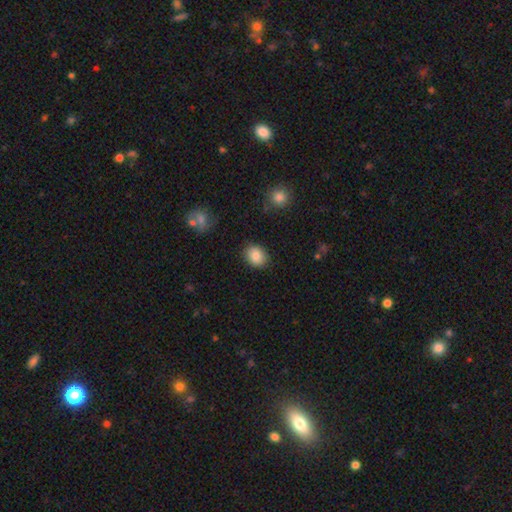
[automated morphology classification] type=smooth (86%); roundness=in between (54%); merging=none (87%).